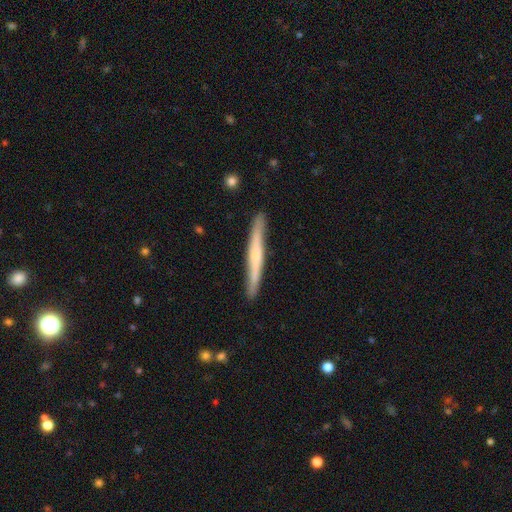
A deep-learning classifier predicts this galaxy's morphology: This appears to be a featured or disk galaxy (56%) viewed edge-on (96%) with a rounded central bulge (47%). Merging: none (89%).